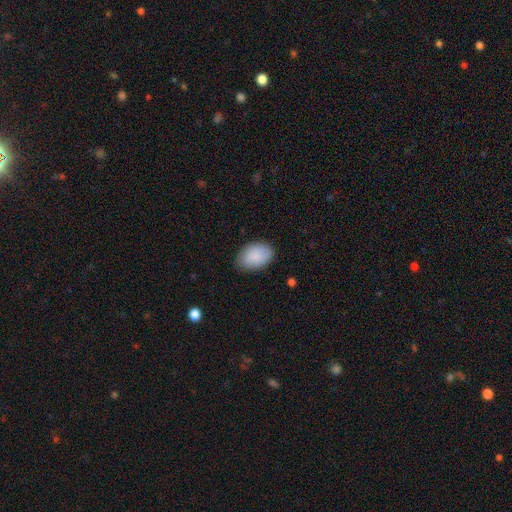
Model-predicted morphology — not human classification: A smooth galaxy with no disk features (88%) that is in between round and cigar-shaped (88%). Merging: none (80%).